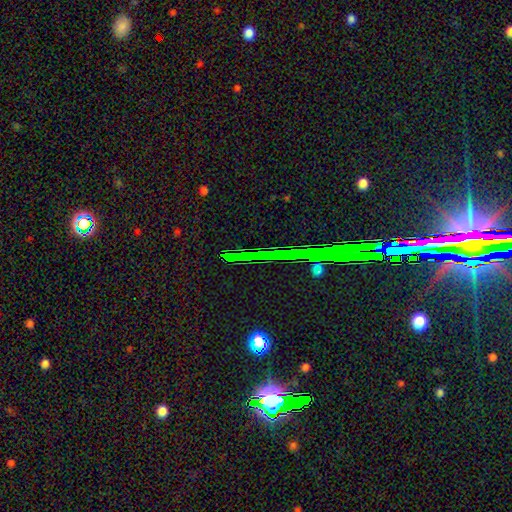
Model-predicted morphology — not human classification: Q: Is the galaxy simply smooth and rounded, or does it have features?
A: star or artifact — 74%.